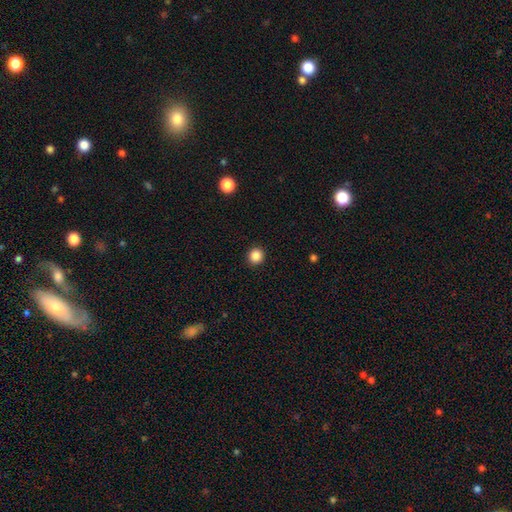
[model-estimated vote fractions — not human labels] A smooth galaxy with no disk features (87%) that is round (93%). Merging: none (93%).